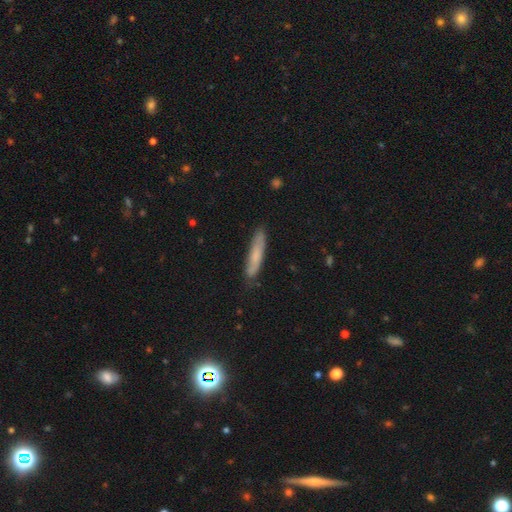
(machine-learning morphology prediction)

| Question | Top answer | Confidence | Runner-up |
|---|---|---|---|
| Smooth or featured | smooth | 68% | featured or disk (25%) |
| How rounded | cigar-shaped | 87% | in between (11%) |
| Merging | none | 80% | minor disturbance (15%) |